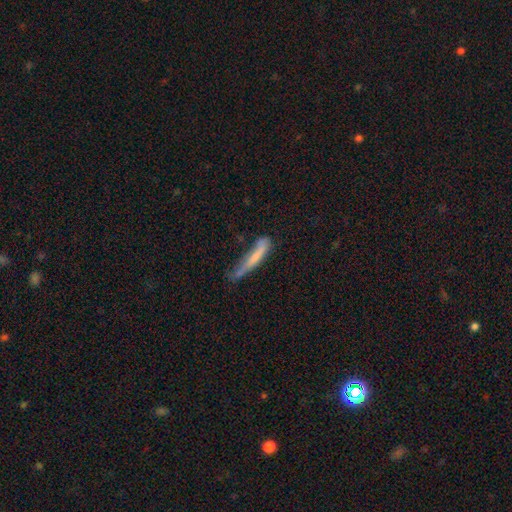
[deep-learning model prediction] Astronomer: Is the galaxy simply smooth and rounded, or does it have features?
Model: smooth — 64%.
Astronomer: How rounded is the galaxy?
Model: cigar-shaped — 92%.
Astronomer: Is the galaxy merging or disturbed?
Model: none — 44% (runner-up: minor disturbance, 33%).